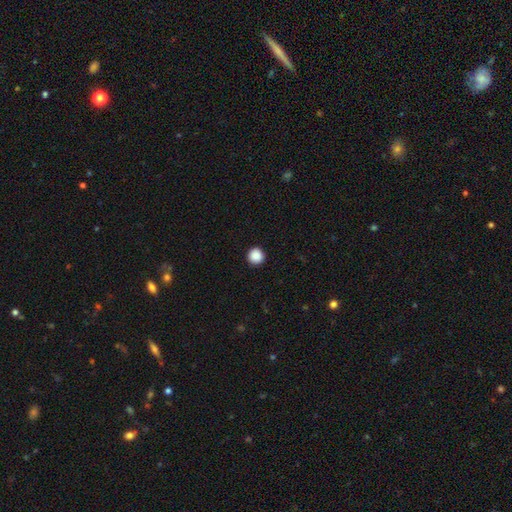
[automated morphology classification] Smooth or featured: smooth — 88% (star or artifact — 9%)
How rounded: round — 96% (in between — 4%)
Merging: none — 93% (minor disturbance — 5%)